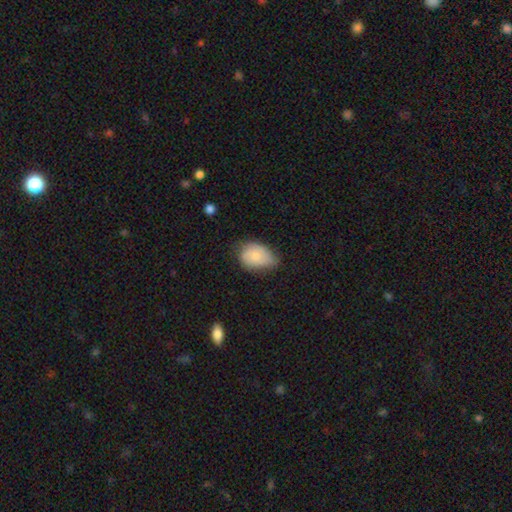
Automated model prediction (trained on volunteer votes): A smooth galaxy with no disk features (75%) that is in between round and cigar-shaped (78%). Merging: none (45%).